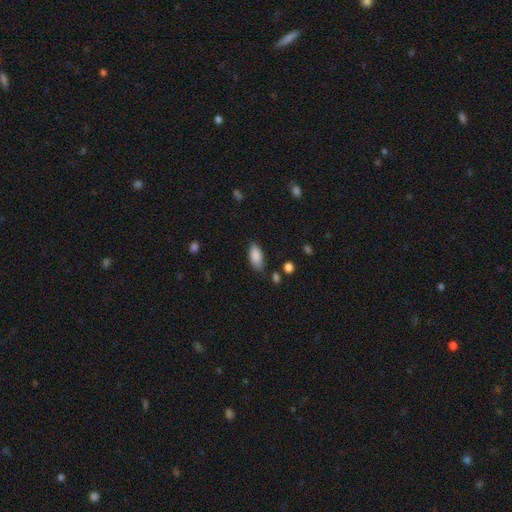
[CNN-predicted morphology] Q: Smooth or featured?
A: smooth (88%); runner-up: star or artifact (7%)
Q: How rounded?
A: in between (90%); runner-up: cigar-shaped (8%)
Q: Merging?
A: none (77%); runner-up: minor disturbance (17%)